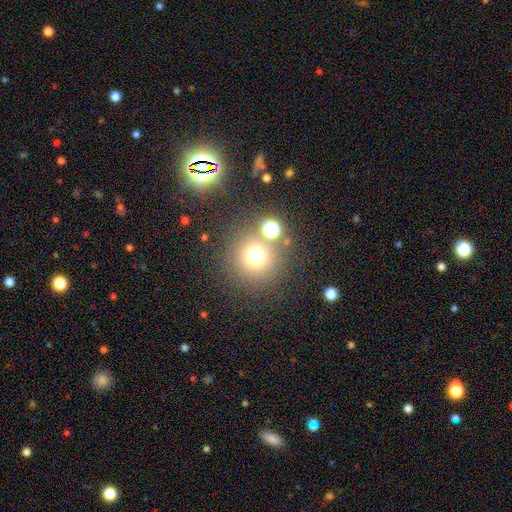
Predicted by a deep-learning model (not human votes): Smooth or featured? Predicted: smooth (p=0.70). How rounded? Predicted: round (p=0.95). Merging? Predicted: none (p=0.76).